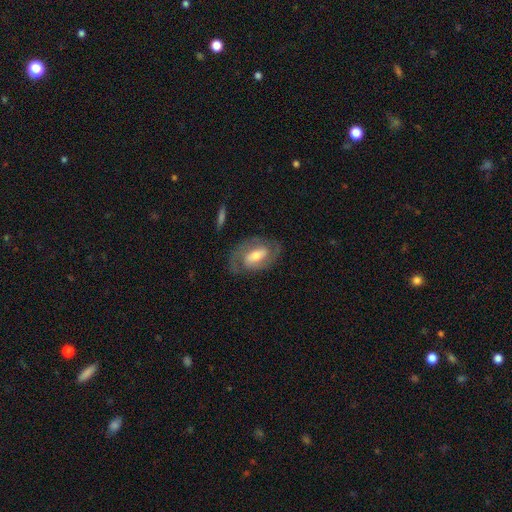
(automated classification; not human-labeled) smooth_or_featured: featured or disk (p=0.74) [alt: smooth p=0.20]
disk_edge_on: no (p=0.95) [alt: yes p=0.05]
bar: weak (p=0.43) [alt: strong p=0.30]
has_spiral_arms: yes (p=0.87) [alt: no p=0.13]
spiral_winding: medium (p=0.45) [alt: tight p=0.42]
spiral_arm_count: 2 (p=0.83) [alt: can't tell p=0.10]
bulge_size: moderate (p=0.58) [alt: small p=0.24]
merging: none (p=0.75) [alt: minor disturbance p=0.15]